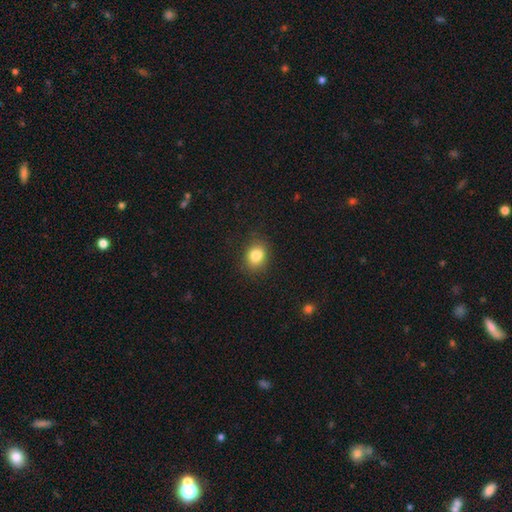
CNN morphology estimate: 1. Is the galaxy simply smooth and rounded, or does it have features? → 83% smooth, 10% star or artifact, 6% featured or disk.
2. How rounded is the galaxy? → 52% round, 47% in between, 1% cigar-shaped.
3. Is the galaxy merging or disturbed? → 79% none, 15% minor disturbance, 4% major disturbance, 2% merger.